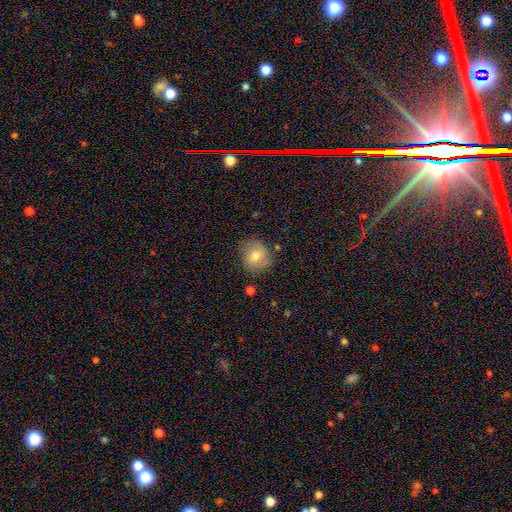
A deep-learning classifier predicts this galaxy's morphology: Smooth or featured: smooth — 73% (featured or disk — 17%)
How rounded: round — 79% (in between — 20%)
Merging: none — 76% (minor disturbance — 17%)